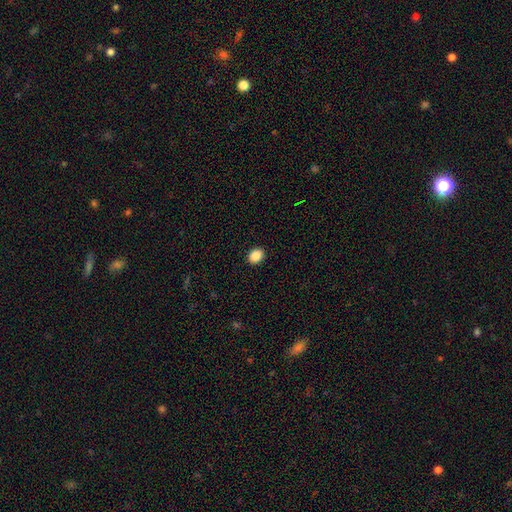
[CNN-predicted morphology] smooth 88%, star or artifact 9%, featured or disk 3%. Down the decision tree: how rounded — in between (55%); merging — none (91%).